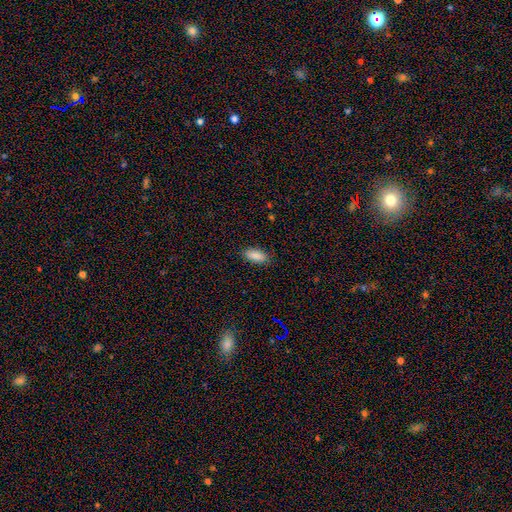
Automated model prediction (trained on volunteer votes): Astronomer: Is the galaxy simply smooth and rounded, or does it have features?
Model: smooth — 88%.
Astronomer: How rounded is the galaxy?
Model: in between — 87%.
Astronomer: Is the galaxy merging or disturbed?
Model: none — 85%.